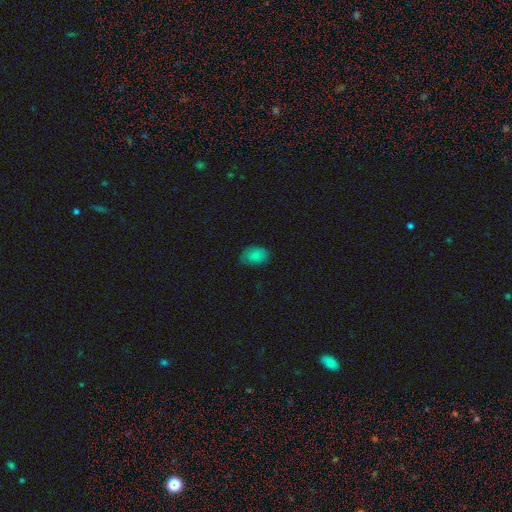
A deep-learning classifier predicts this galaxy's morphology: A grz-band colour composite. It shows a smooth galaxy with no disk features (83%) that is in between round and cigar-shaped (84%). Merging: none (67%).